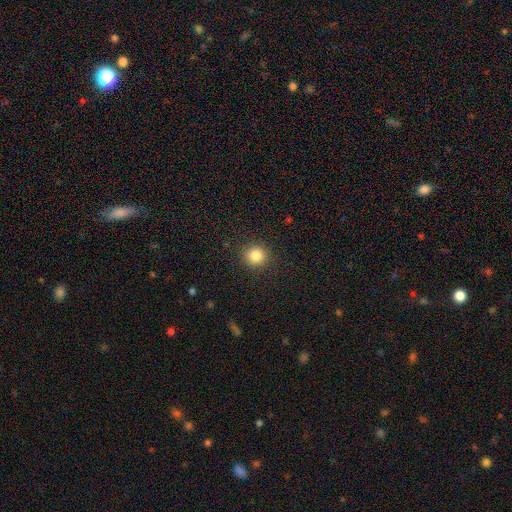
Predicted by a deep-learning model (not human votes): This appears to be a smooth galaxy with no disk features (84%) that is round (92%). Merging: none (91%).